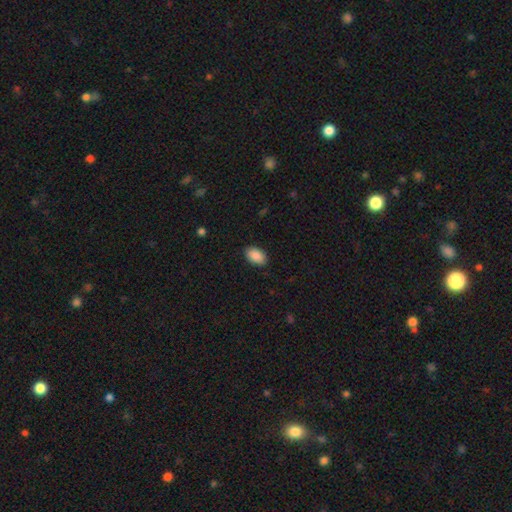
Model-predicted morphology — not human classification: A smooth galaxy with no disk features (90%) that is in between round and cigar-shaped (92%). Merging: none (88%).